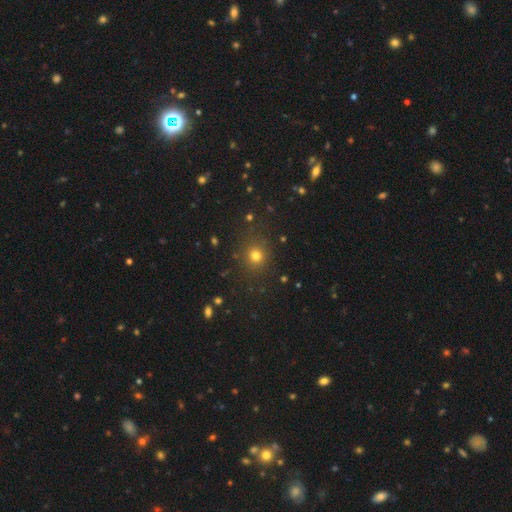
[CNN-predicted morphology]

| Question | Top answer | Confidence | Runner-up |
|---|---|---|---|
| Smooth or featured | smooth | 75% | star or artifact (18%) |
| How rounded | round | 89% | in between (10%) |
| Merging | none | 85% | minor disturbance (8%) |